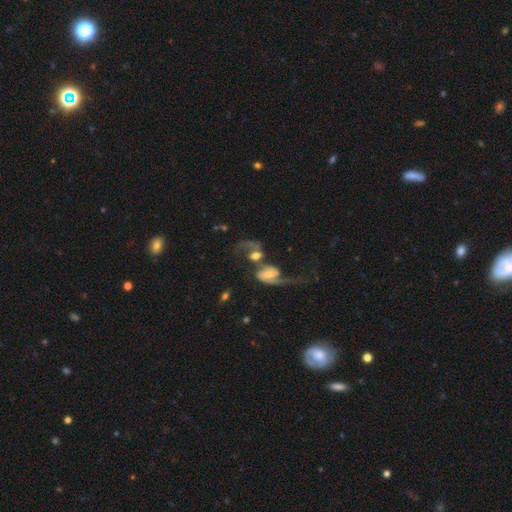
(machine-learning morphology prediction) Smooth or featured? Predicted: featured or disk (p=0.63). Edge-on disk? Predicted: no (p=0.96). Bar? Predicted: no (p=0.56). Spiral arms? Predicted: yes (p=0.83). Spiral winding? Predicted: loose (p=0.64). Spiral arm count? Predicted: 2 (p=0.57). Bulge size? Predicted: moderate (p=0.44). Merging? Predicted: merger (p=0.59).